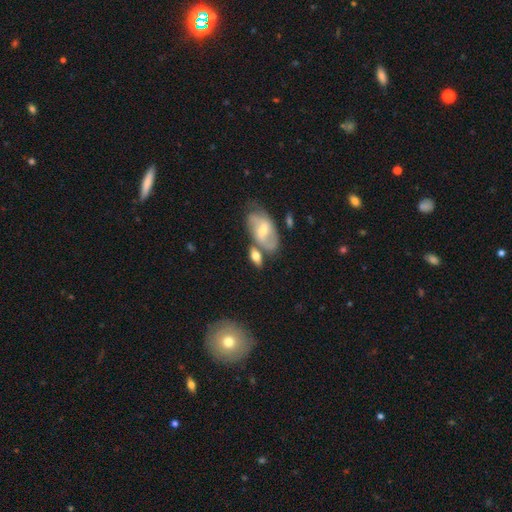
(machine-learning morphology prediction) A smooth galaxy with no disk features (57%) that is in between round and cigar-shaped (81%). Merging: none (49%).